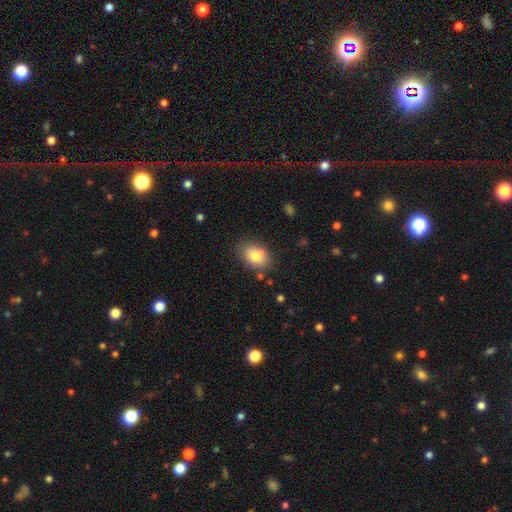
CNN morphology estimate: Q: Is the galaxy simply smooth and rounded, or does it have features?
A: smooth — 80%.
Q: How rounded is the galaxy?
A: in between — 79%.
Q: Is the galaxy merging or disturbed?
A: none — 70%.